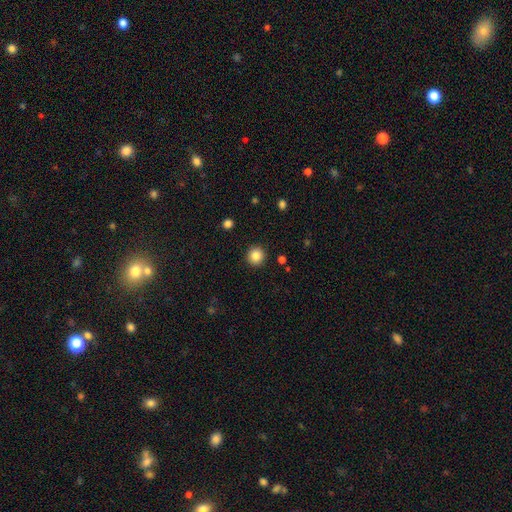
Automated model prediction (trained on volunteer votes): Q: Smooth or featured?
A: smooth (85%); runner-up: star or artifact (10%)
Q: How rounded?
A: round (94%); runner-up: in between (5%)
Q: Merging?
A: none (92%); runner-up: minor disturbance (5%)